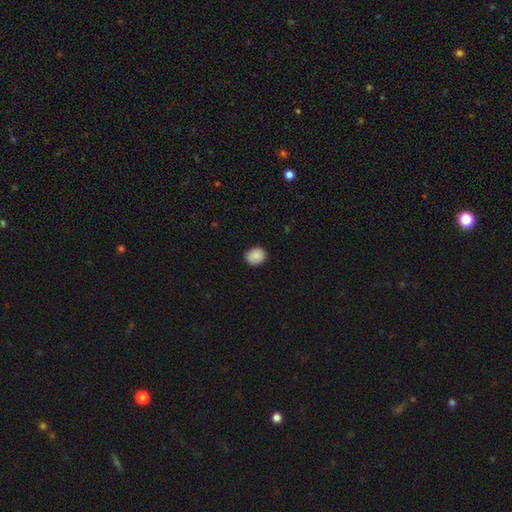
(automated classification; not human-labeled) Morphology: type=smooth (89%); roundness=round (61%); merging=none (85%).